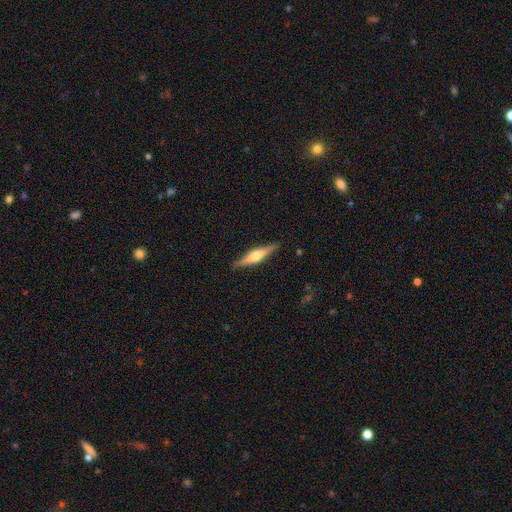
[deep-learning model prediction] smooth-or-featured: featured or disk: 67% | smooth: 28% | star or artifact: 6%
  disk-edge-on: yes: 97% | no: 3%
    edge-on-bulge: rounded: 85% | boxy: 11% | none: 4%
  merging: none: 88% | minor disturbance: 9% | major disturbance: 2% | merger: 1%